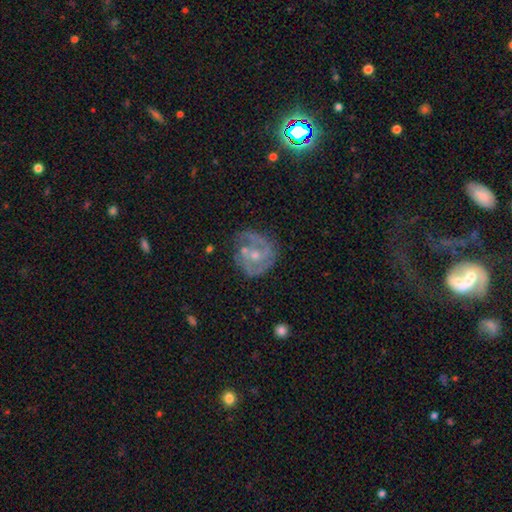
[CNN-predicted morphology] Overall: featured or disk (82%). Edge-on disk: no (98%). Bar: no (63%; weak 31%). Spiral arms: yes (89%). Spiral arm count: 2 (51%; can't tell 18%). Spiral winding: tight (46%; medium 41%). Bulge size: small (54%; moderate 41%). Merging: none (62%).